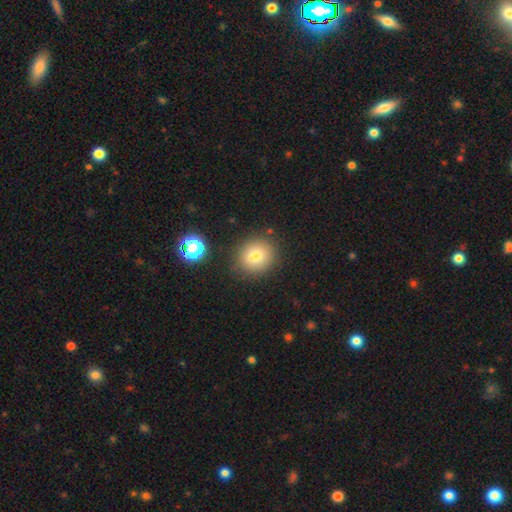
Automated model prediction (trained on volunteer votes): The model was most divided on "how rounded": round: 80%, in between: 19%, cigar-shaped: 1%. More confident: merging — none (77%); smooth or featured — smooth (75%).